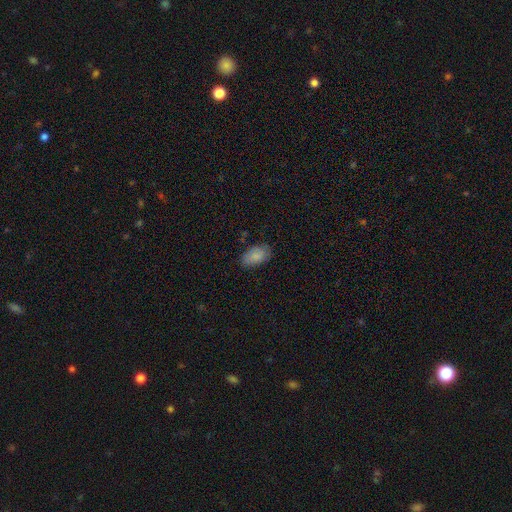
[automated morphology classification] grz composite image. It shows a smooth galaxy with no disk features (85%) that is in between round and cigar-shaped (93%). Merging: none (78%).